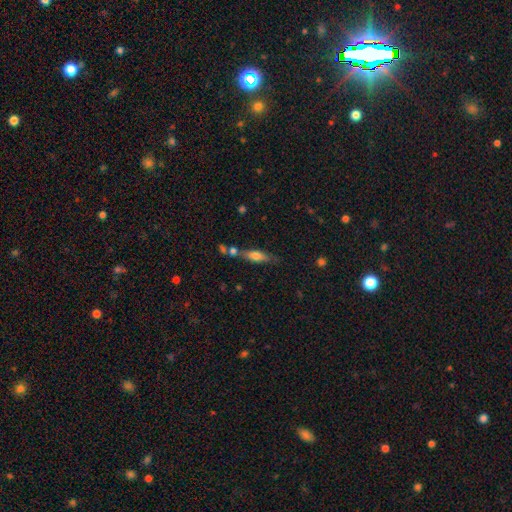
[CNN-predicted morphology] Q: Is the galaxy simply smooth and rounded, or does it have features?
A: smooth — 60%.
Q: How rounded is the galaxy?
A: cigar-shaped — 58%.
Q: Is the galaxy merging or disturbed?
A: none — 57%.